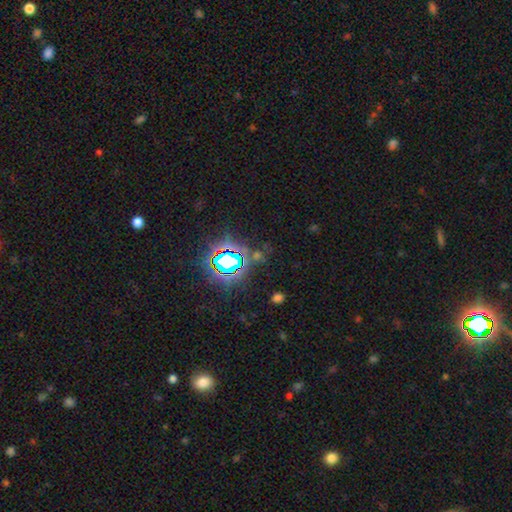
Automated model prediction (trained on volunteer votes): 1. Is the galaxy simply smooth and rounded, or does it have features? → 76% star or artifact, 16% smooth, 9% featured or disk.